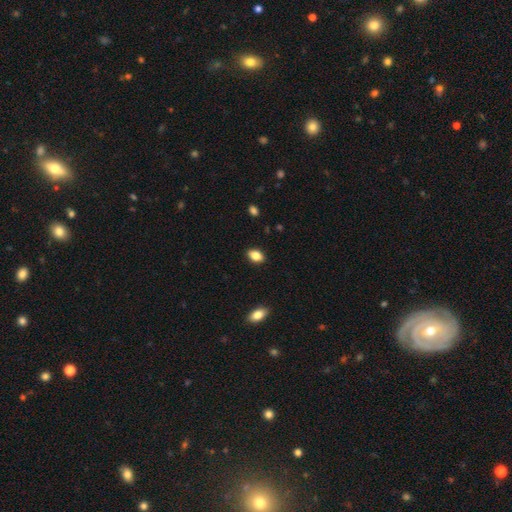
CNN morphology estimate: This is clearly a smooth galaxy (84%). How rounded: clearly in between (86%). Merging: clearly none (88%).